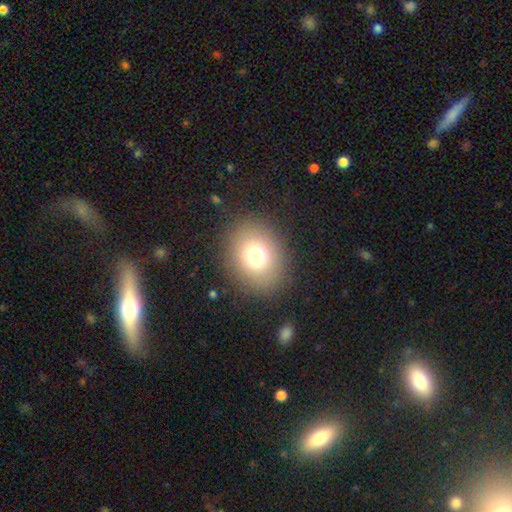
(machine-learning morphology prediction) The model was most divided on "how rounded": round: 61%, in between: 38%, cigar-shaped: 1%. More confident: merging — none (86%); smooth or featured — smooth (74%).